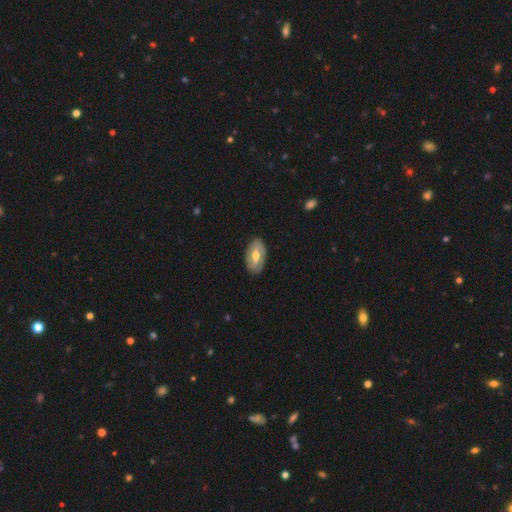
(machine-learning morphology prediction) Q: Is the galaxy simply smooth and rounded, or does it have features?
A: featured or disk — 67%.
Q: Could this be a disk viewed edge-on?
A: no — 93%.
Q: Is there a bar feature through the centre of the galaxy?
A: weak — 45%.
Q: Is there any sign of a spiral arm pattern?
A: yes — 70%.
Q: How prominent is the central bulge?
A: moderate — 72%.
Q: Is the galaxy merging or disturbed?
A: none — 85%.